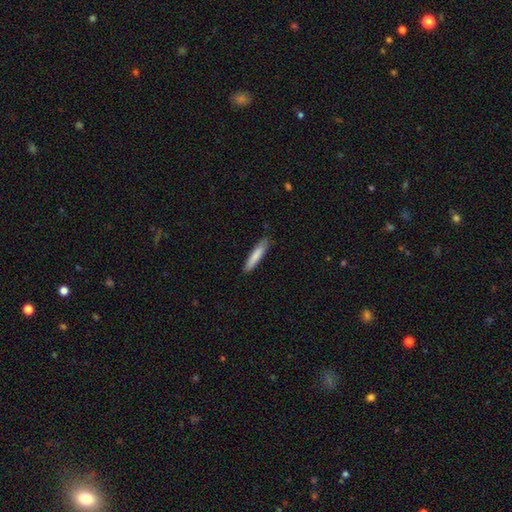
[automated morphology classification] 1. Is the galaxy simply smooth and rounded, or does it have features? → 82% smooth, 13% featured or disk, 6% star or artifact.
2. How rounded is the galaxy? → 86% cigar-shaped, 13% in between, 1% round.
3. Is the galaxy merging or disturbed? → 82% none, 14% minor disturbance, 2% major disturbance, 1% merger.